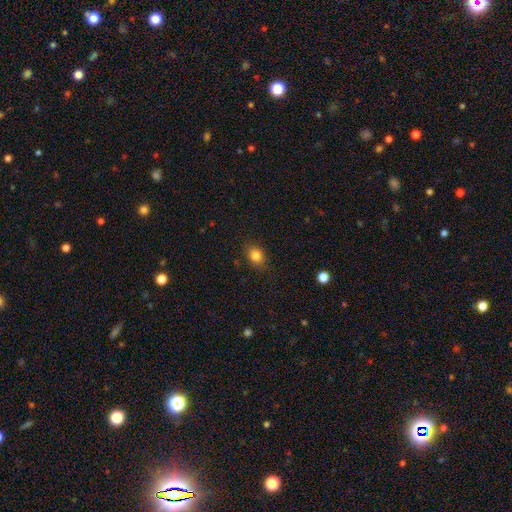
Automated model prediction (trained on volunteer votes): This appears to be a smooth galaxy with no disk features (83%) that is in between round and cigar-shaped (58%). Merging: none (84%).